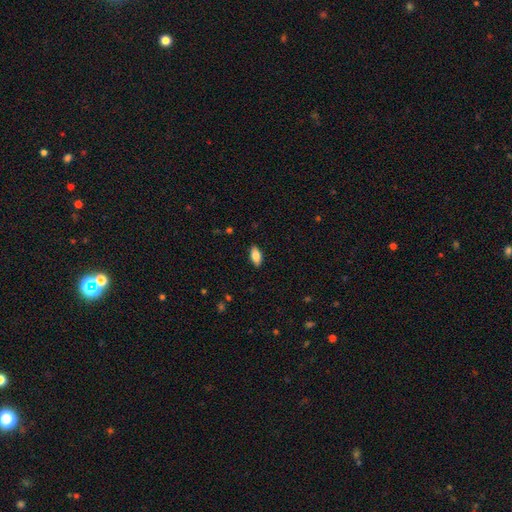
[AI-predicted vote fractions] This is likely a smooth galaxy (80%). How rounded: clearly in between (88%). Merging: clearly none (88%).